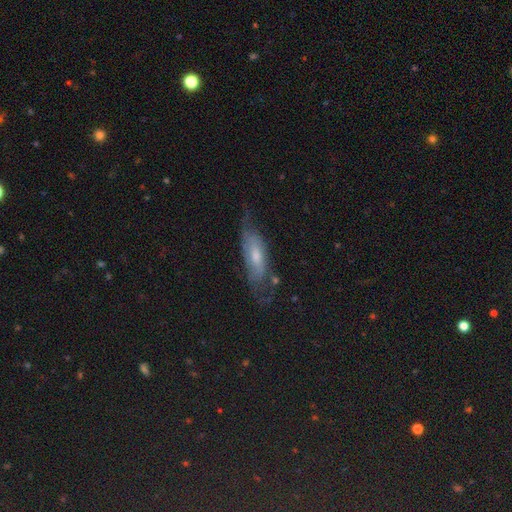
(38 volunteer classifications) Smooth or featured: featured or disk — 61% (smooth — 39%)
Edge-on disk: no — 57% (yes — 43%)
Bar: weak — 69% (no — 31%)
Spiral arms: no — 54% (yes — 46%)
Bulge size: moderate — 69% (small — 15%)
Merging: none — 45% (minor disturbance — 29%)